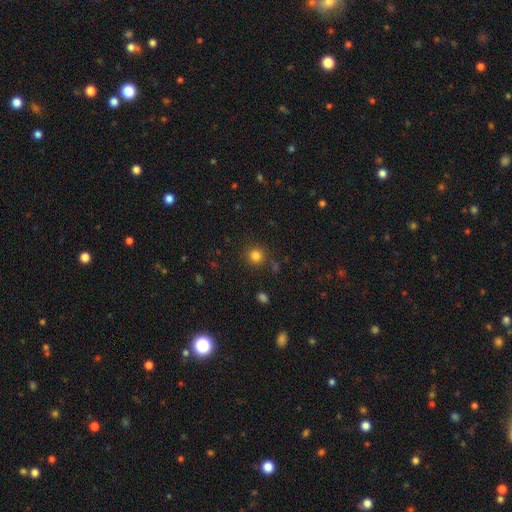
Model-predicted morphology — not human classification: The model was most divided on "smooth or featured": smooth: 82%, star or artifact: 13%, featured or disk: 5%. More confident: how rounded — round (92%); merging — none (86%).